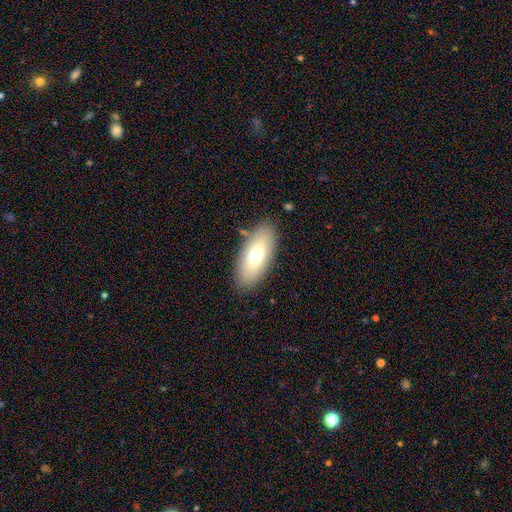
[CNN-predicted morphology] type=smooth (69%); roundness=in between (86%); merging=none (85%).